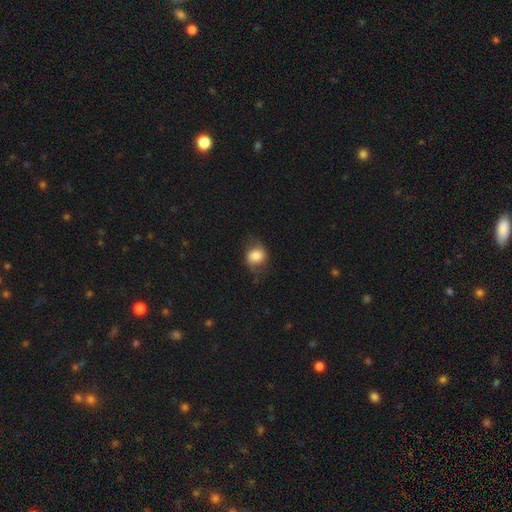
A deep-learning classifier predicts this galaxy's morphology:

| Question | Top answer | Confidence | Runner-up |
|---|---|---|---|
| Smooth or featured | smooth | 72% | featured or disk (20%) |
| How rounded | round | 51% | in between (47%) |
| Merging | none | 61% | minor disturbance (25%) |